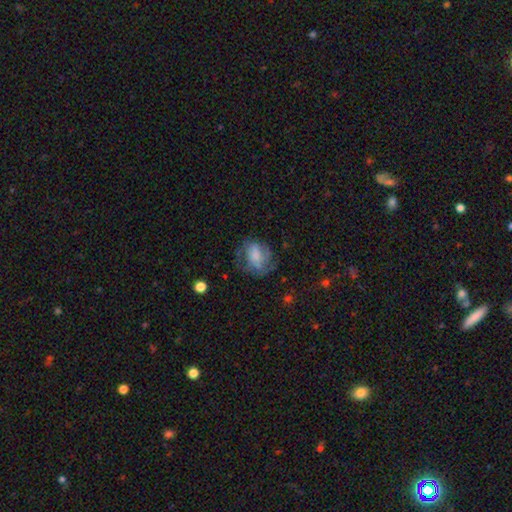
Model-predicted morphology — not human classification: A featured or disk galaxy (46%). Merging: none (50%).